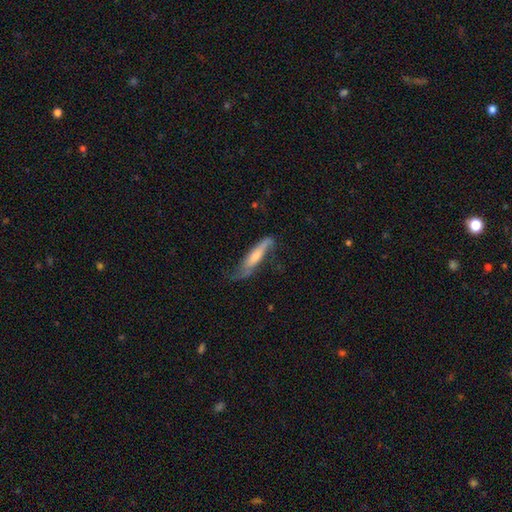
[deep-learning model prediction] Smooth or featured: featured or disk — 59% (smooth — 30%)
Edge-on disk: yes — 64% (no — 36%)
Merging: none — 66% (minor disturbance — 23%)